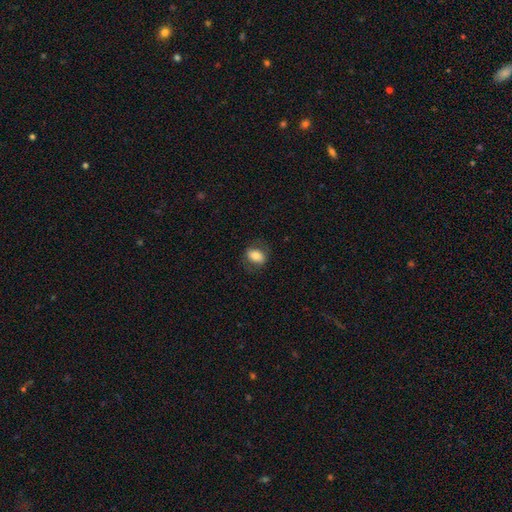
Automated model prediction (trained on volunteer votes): Overall: smooth (79%). How rounded: in between (79%). Merging: none (77%).